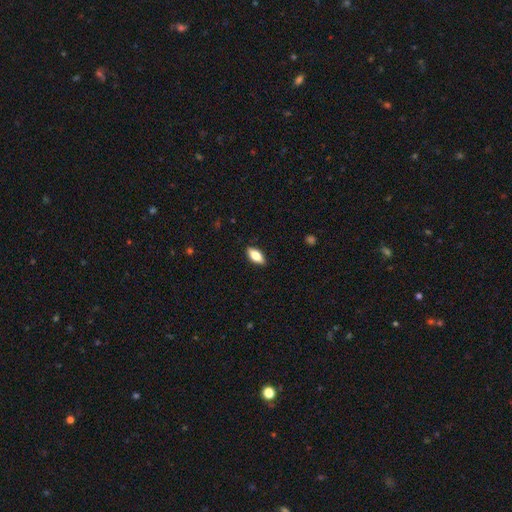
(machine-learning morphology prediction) Smooth or featured? smooth (74%)
How rounded? in between (84%)
Merging? none (89%)